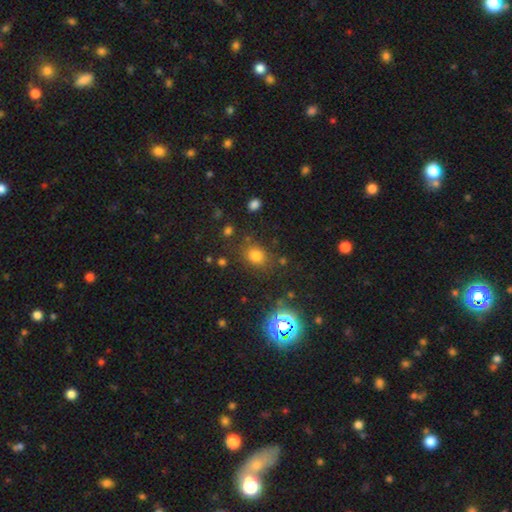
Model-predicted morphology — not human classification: Smooth or featured: smooth — 73% (star or artifact — 20%)
How rounded: round — 58% (in between — 41%)
Merging: none — 77% (minor disturbance — 13%)